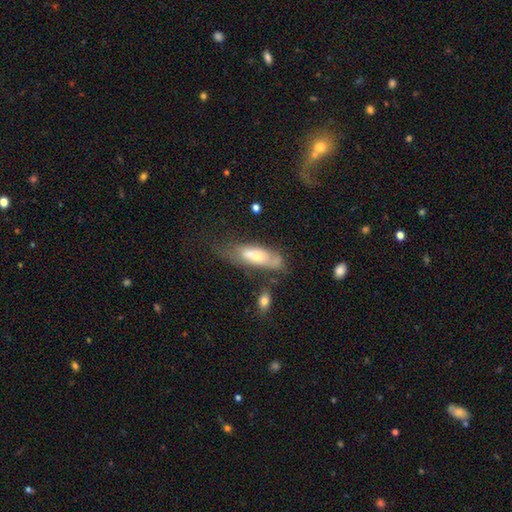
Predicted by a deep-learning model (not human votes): A smooth galaxy with no disk features (50%).

Vote fractions:
- Smooth or featured? smooth: 50% / featured or disk: 42% / star or artifact: 9%
- Merging? none: 38% / minor disturbance: 28% / major disturbance: 25% / merger: 9%